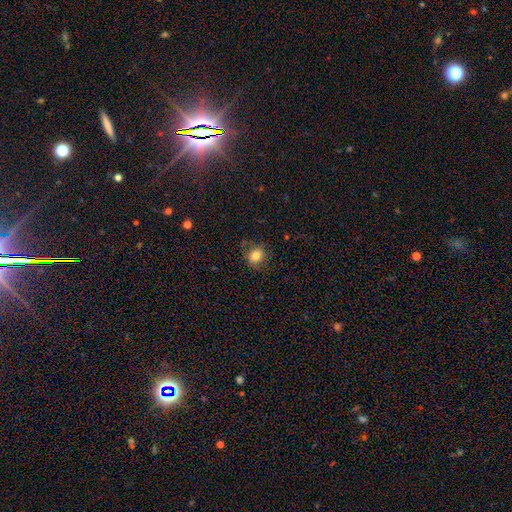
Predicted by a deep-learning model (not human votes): Smooth or featured? Predicted: smooth (p=0.81). How rounded? Predicted: round (p=0.73). Merging? Predicted: none (p=0.77).